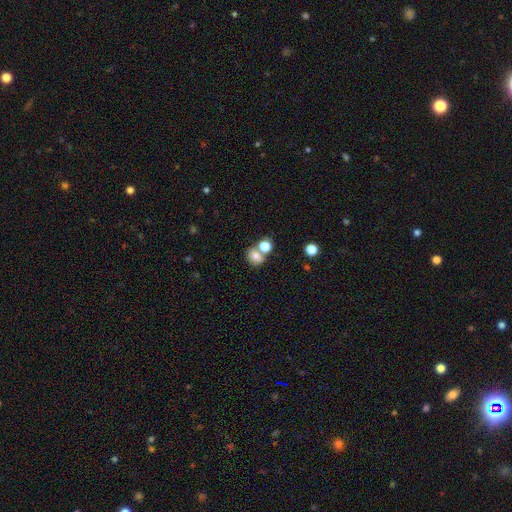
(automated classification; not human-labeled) Overall: smooth (73%). How rounded: round (67%; in between 32%). Merging: none (48%; merger 38%).